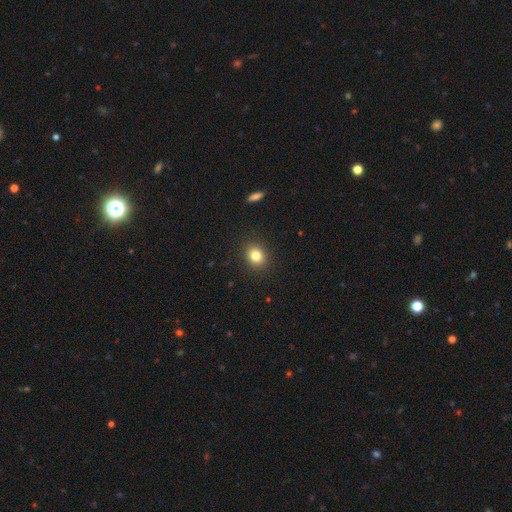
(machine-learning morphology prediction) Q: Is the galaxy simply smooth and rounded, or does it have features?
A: smooth — 82%.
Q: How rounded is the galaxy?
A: round — 64%.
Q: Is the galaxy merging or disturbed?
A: none — 90%.